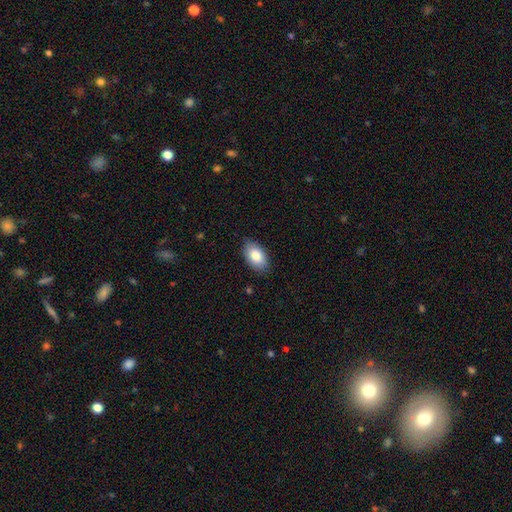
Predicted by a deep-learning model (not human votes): This is clearly a smooth galaxy (84%). How rounded: clearly in between (94%). Merging: clearly none (85%).